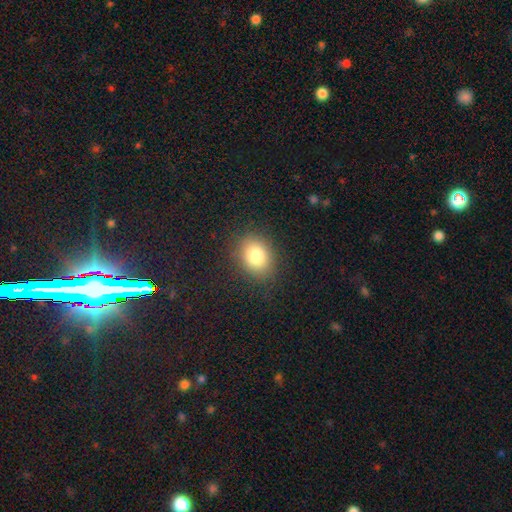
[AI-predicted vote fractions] Morphology: type=smooth (81%); roundness=in between (53%); merging=none (85%).